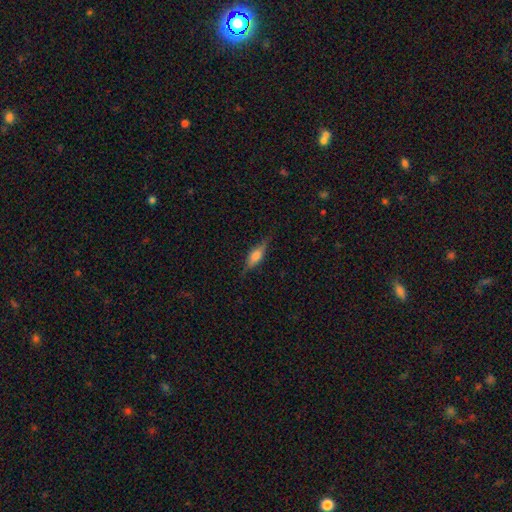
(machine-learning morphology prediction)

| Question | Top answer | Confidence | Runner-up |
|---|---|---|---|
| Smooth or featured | featured or disk | 50% | smooth (42%) |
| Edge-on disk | yes | 94% | no (6%) |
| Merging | none | 81% | minor disturbance (15%) |